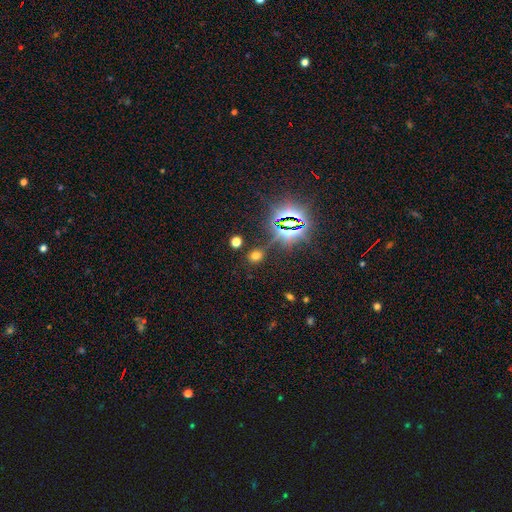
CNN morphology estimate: Overall: smooth (52%; star or artifact 40%). How rounded: round (63%; in between 34%). Merging: none (79%).